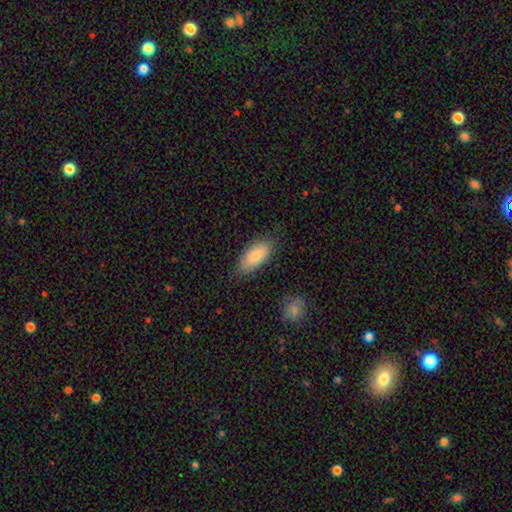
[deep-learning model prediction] Morphology: type=smooth (85%); roundness=in between (86%); merging=none (79%).